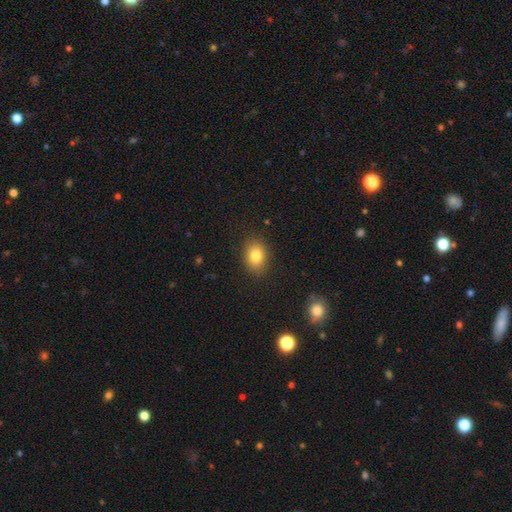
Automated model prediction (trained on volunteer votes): Overall: smooth (81%). How rounded: in between (64%; round 35%). Merging: none (87%).